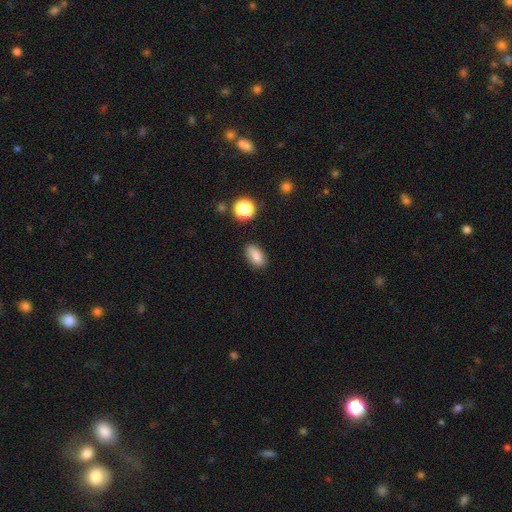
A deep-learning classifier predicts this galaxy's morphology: Smooth or featured? Predicted: smooth (p=0.84). How rounded? Predicted: in between (p=0.86). Merging? Predicted: none (p=0.82).